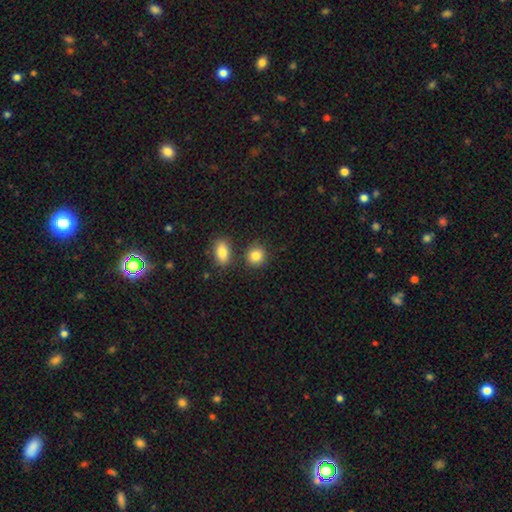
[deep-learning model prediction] Morphology: type=smooth (85%); roundness=round (80%); merging=none (79%).